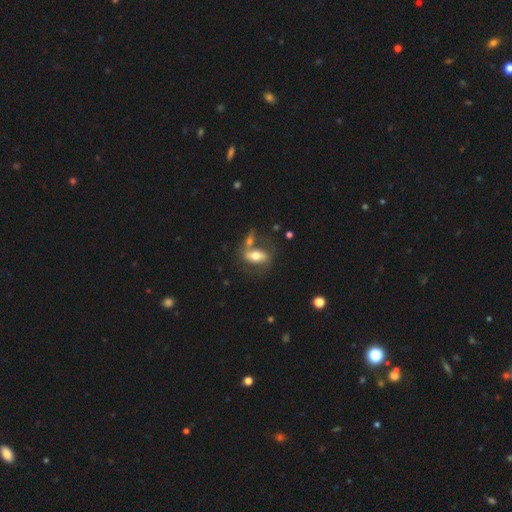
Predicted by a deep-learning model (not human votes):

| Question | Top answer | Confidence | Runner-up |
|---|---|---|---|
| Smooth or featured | smooth | 48% | featured or disk (44%) |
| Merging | none | 45% | merger (28%) |